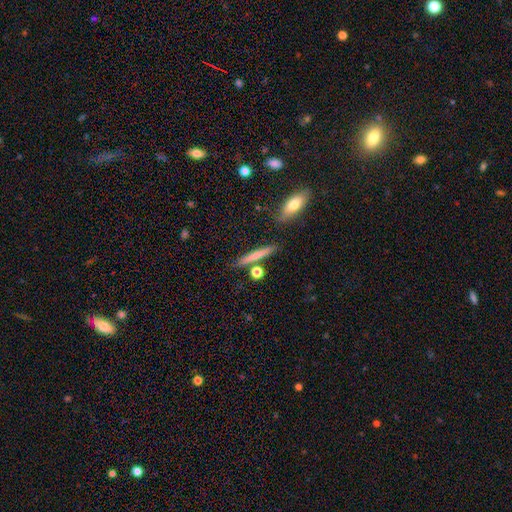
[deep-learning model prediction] A smooth galaxy with no disk features (67%) that is cigar-shaped (88%). Merging: none (81%).